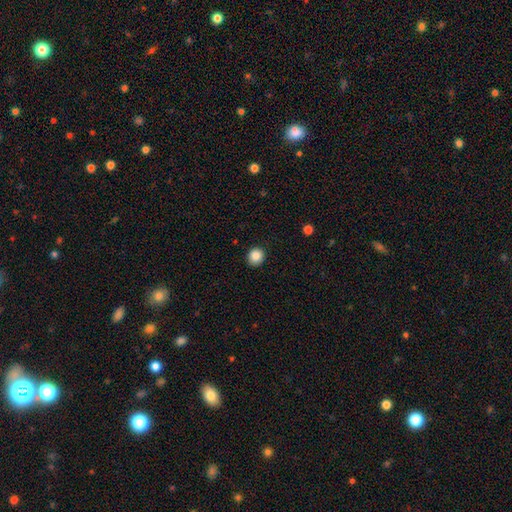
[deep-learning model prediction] Overall: smooth (87%). How rounded: round (90%). Merging: none (91%).